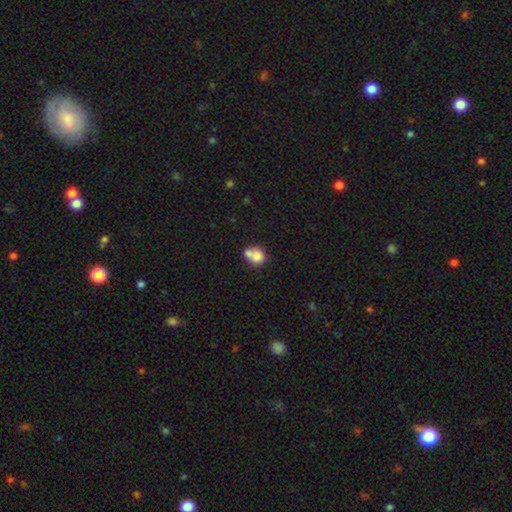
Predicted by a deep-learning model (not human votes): smooth_or_featured: smooth (p=0.74) [alt: featured or disk p=0.16]
how_rounded: round (p=0.64) [alt: in between p=0.35]
merging: merger (p=0.57) [alt: none p=0.28]